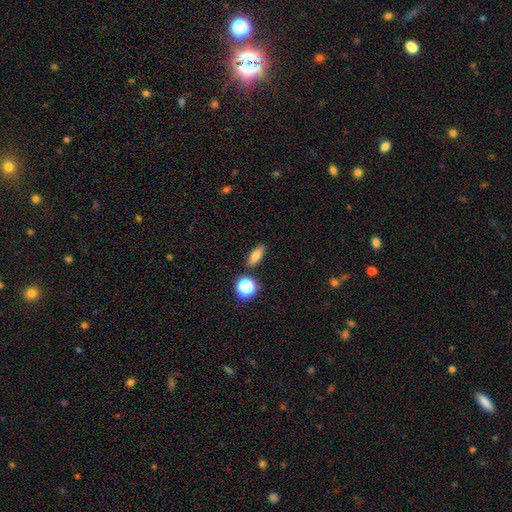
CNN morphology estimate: This is likely a smooth galaxy (78%). How rounded: likely in between (65%). Merging: clearly none (84%).